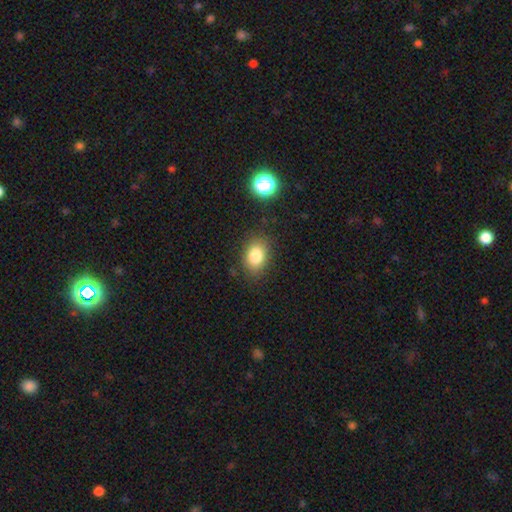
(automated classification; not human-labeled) The model was most divided on "how rounded": in between: 72%, round: 27%, cigar-shaped: 1%. More confident: merging — none (83%); smooth or featured — smooth (81%).